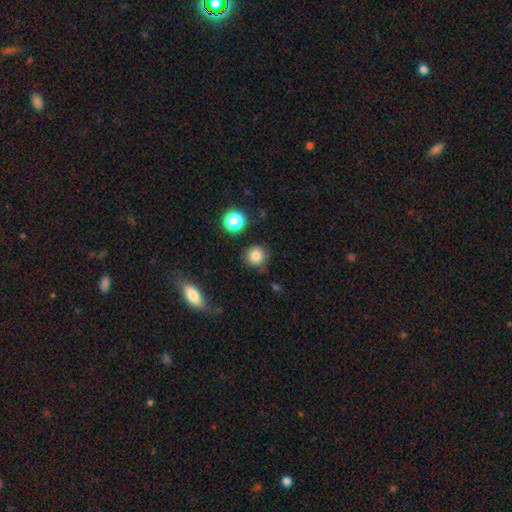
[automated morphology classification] type=smooth (81%); roundness=round (90%); merging=none (78%).